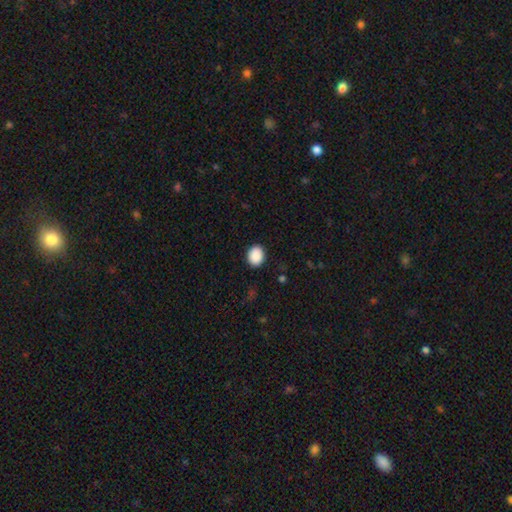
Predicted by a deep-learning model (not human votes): Q: Smooth or featured?
A: smooth (90%); runner-up: star or artifact (8%)
Q: How rounded?
A: round (56%); runner-up: in between (43%)
Q: Merging?
A: none (90%); runner-up: minor disturbance (7%)